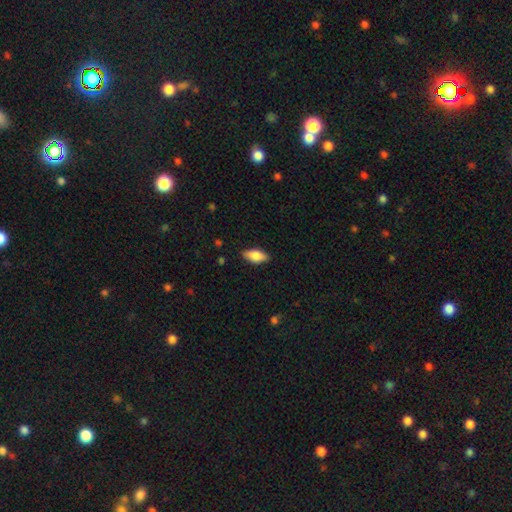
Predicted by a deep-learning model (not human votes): Overall: smooth (83%). How rounded: in between (89%). Merging: none (86%).